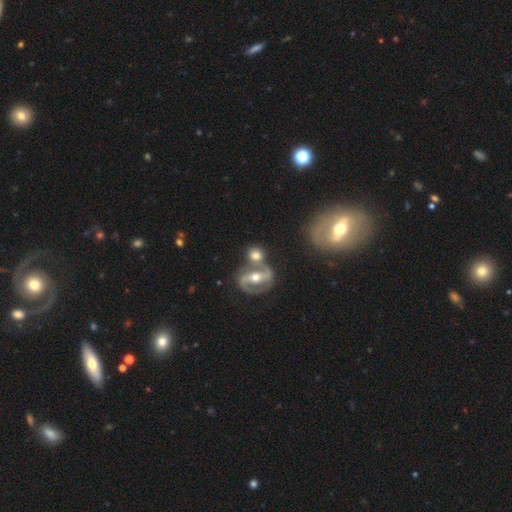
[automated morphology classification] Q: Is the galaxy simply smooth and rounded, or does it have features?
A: featured or disk — 51%.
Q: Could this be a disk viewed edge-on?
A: no — 93%.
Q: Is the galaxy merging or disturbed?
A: none — 52%.